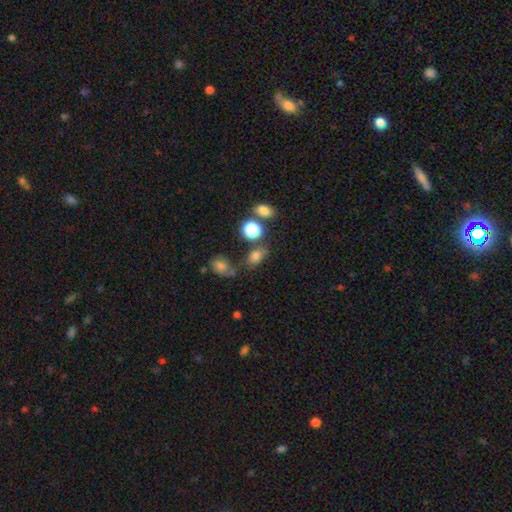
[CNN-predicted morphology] A smooth galaxy with no disk features (74%) that is in between round and cigar-shaped (68%).

Vote fractions:
- Smooth or featured? smooth: 74% / star or artifact: 17% / featured or disk: 9%
- How rounded? in between: 68% / round: 30% / cigar-shaped: 2%
- Merging? none: 61% / minor disturbance: 17% / merger: 15% / major disturbance: 7%